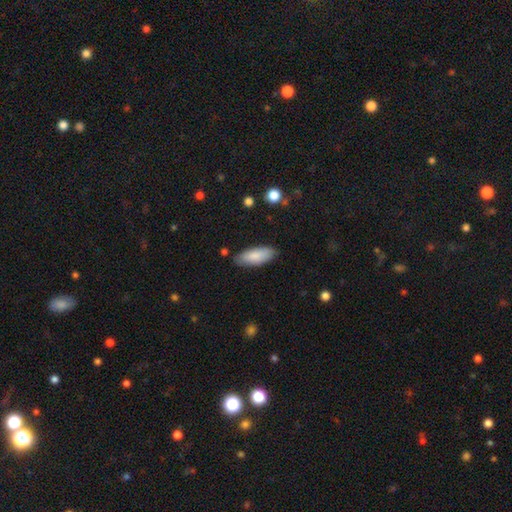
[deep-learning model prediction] Q: Smooth or featured?
A: smooth (85%); runner-up: featured or disk (10%)
Q: How rounded?
A: in between (75%); runner-up: cigar-shaped (23%)
Q: Merging?
A: none (83%); runner-up: minor disturbance (13%)